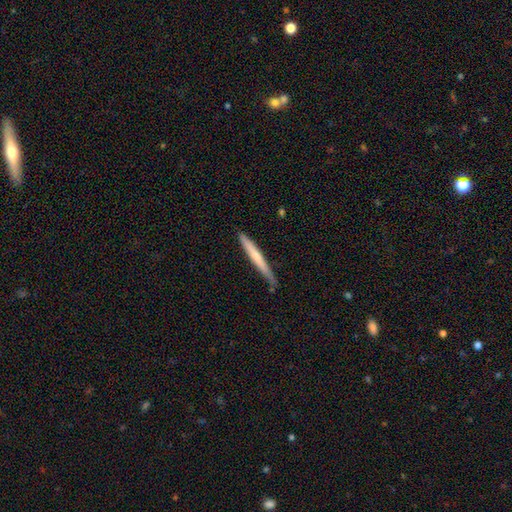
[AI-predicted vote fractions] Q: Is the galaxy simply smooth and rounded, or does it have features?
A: smooth — 58%.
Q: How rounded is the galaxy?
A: cigar-shaped — 97%.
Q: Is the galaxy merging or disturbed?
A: none — 78%.